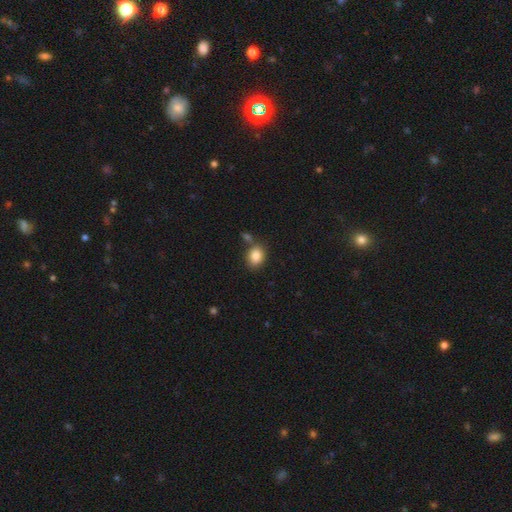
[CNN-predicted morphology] Smooth or featured? Predicted: smooth (p=0.86). How rounded? Predicted: in between (p=0.60). Merging? Predicted: none (p=0.69).